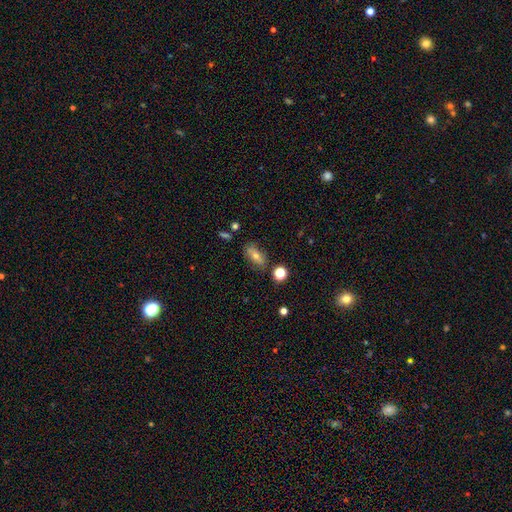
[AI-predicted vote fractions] Smooth or featured? smooth (57%)
How rounded? in between (78%)
Merging? none (76%)